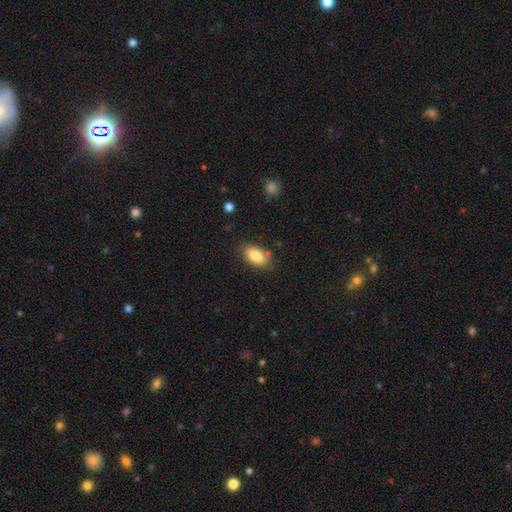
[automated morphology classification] Smooth or featured? smooth (85%)
How rounded? in between (91%)
Merging? none (79%)